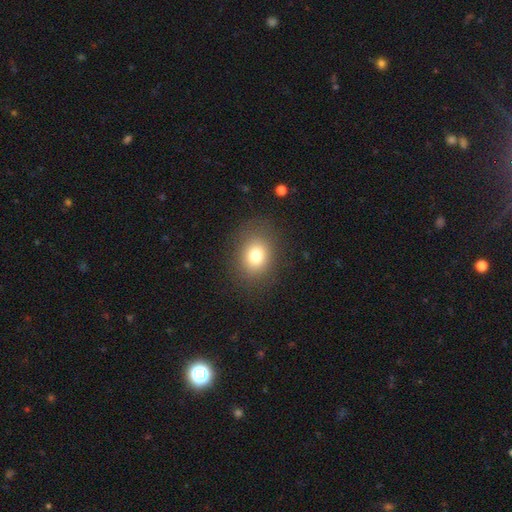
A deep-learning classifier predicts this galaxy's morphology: This is likely a smooth galaxy (77%). How rounded: possibly round (52%). Merging: clearly none (83%).